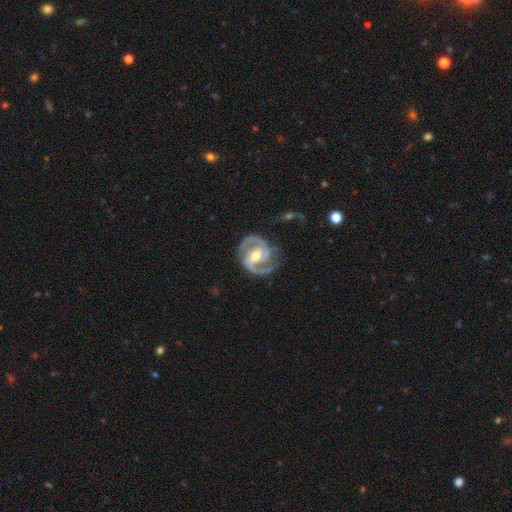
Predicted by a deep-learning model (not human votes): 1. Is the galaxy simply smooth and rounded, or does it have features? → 92% featured or disk, 4% smooth, 4% star or artifact.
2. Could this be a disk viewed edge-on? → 98% no, 2% yes.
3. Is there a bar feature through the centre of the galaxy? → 44% weak, 32% strong, 23% no.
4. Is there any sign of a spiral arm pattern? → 98% yes, 2% no.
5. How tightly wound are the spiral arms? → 53% medium, 36% tight, 11% loose.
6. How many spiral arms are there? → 84% 2, 8% 3, 3% can't tell, 2% 1, 1% 4, 1% more than 4.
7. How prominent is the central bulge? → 65% moderate, 29% small, 3% large, 1% none, 1% dominant.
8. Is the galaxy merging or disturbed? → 73% none, 17% minor disturbance, 8% major disturbance, 2% merger.